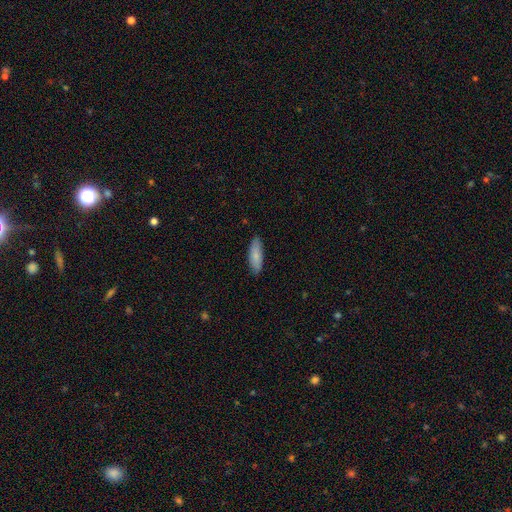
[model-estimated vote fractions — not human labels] Q: Smooth or featured?
A: smooth (80%); runner-up: featured or disk (14%)
Q: How rounded?
A: in between (62%); runner-up: cigar-shaped (36%)
Q: Merging?
A: none (85%); runner-up: minor disturbance (12%)